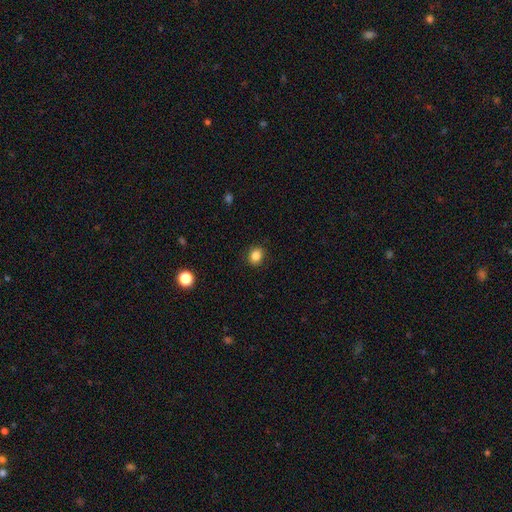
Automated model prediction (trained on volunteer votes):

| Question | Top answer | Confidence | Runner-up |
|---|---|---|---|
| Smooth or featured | smooth | 85% | star or artifact (11%) |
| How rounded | round | 64% | in between (35%) |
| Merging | none | 89% | minor disturbance (8%) |